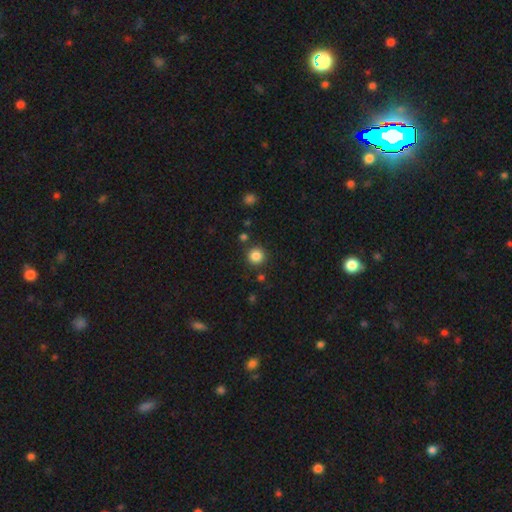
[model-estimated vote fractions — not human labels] Q: Smooth or featured?
A: smooth (84%); runner-up: star or artifact (12%)
Q: How rounded?
A: round (94%); runner-up: in between (5%)
Q: Merging?
A: none (87%); runner-up: minor disturbance (7%)